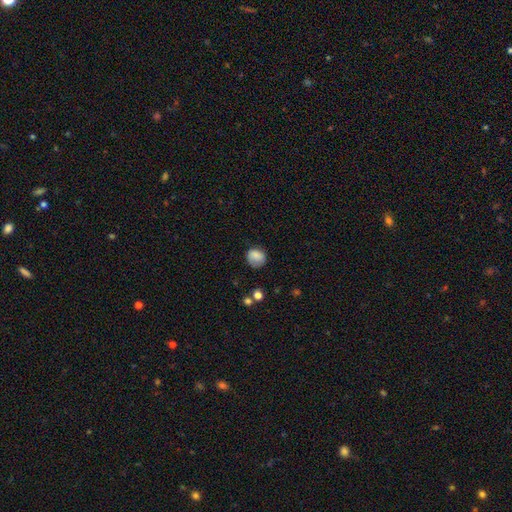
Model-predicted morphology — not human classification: This appears to be a smooth galaxy with no disk features (83%) that is round (78%). Merging: none (71%).